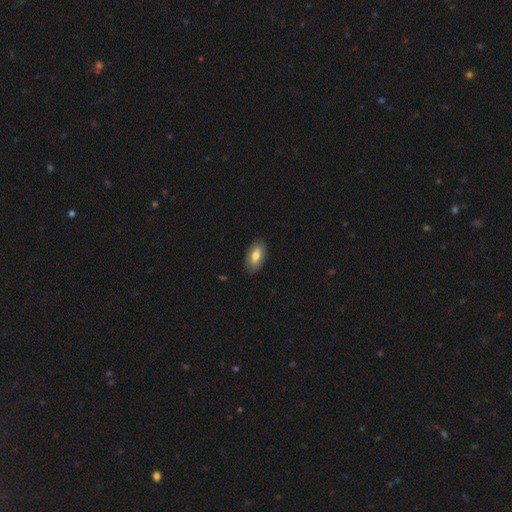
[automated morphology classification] This appears to be a smooth galaxy with no disk features (74%) that is in between round and cigar-shaped (92%). Merging: none (86%).